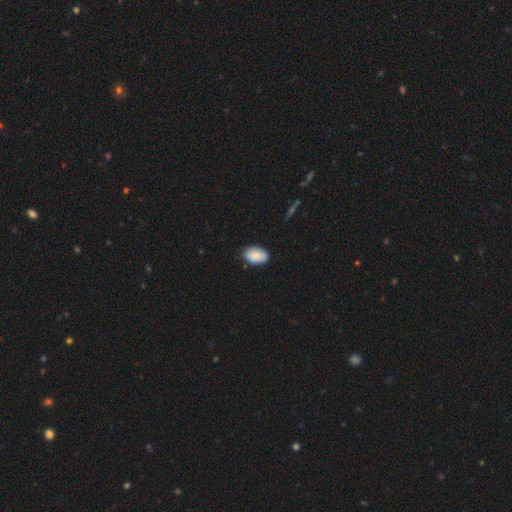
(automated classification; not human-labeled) Smooth or featured? Predicted: smooth (p=0.87). How rounded? Predicted: in between (p=0.92). Merging? Predicted: none (p=0.82).